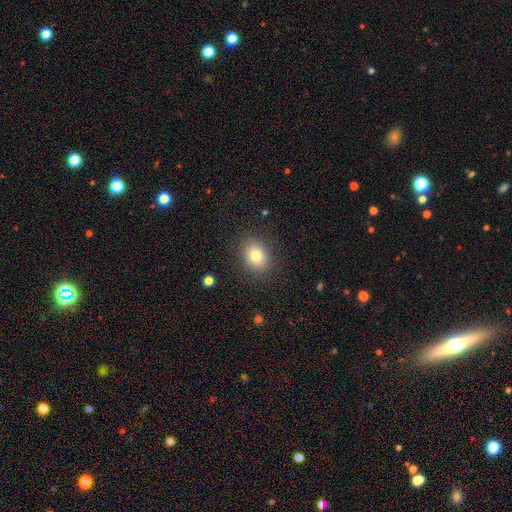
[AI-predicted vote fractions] A smooth galaxy with no disk features (80%) that is round (55%).

Vote fractions:
- Smooth or featured? smooth: 80% / star or artifact: 11% / featured or disk: 9%
- How rounded? round: 55% / in between: 44% / cigar-shaped: 1%
- Merging? none: 87% / minor disturbance: 9% / major disturbance: 3% / merger: 1%